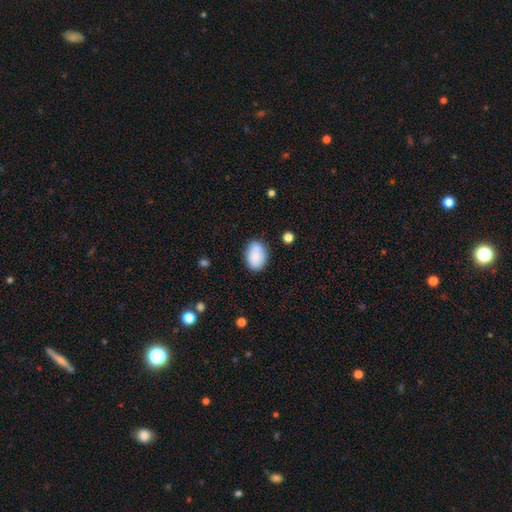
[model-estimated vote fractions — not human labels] Smooth or featured: smooth — 85% (featured or disk — 8%)
How rounded: in between — 84% (round — 14%)
Merging: none — 73% (minor disturbance — 19%)